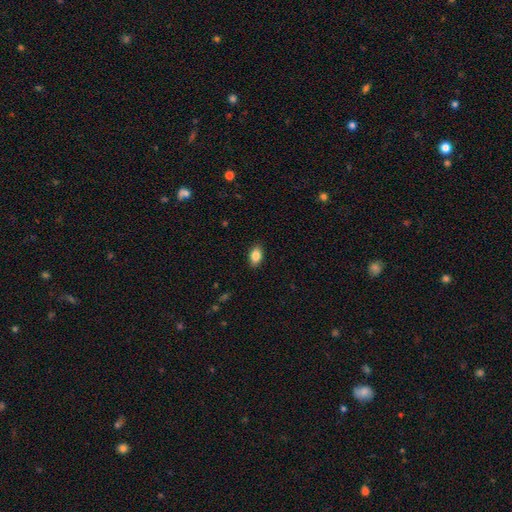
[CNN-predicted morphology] type=smooth (85%); roundness=in between (88%); merging=none (88%).